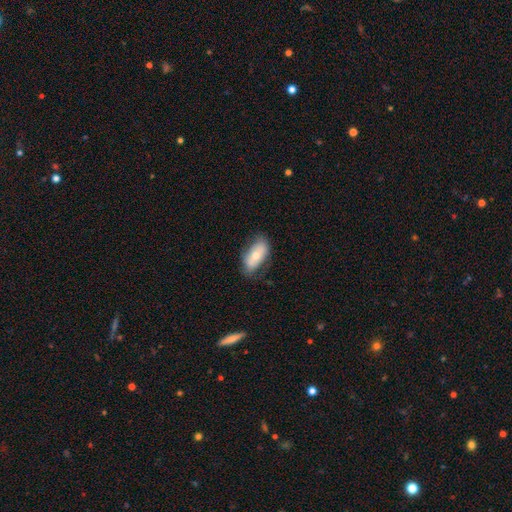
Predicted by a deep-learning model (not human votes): Overall: smooth (64%; featured or disk 29%). How rounded: in between (91%). Merging: none (71%).